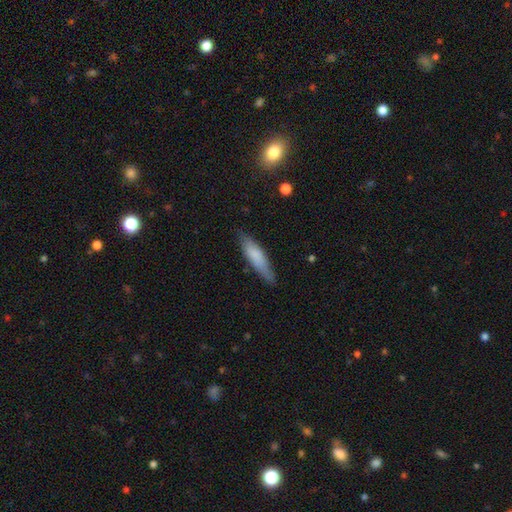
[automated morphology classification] smooth_or_featured: smooth (p=0.72) [alt: featured or disk p=0.22]
how_rounded: cigar-shaped (p=0.76) [alt: in between p=0.23]
merging: none (p=0.79) [alt: minor disturbance p=0.16]